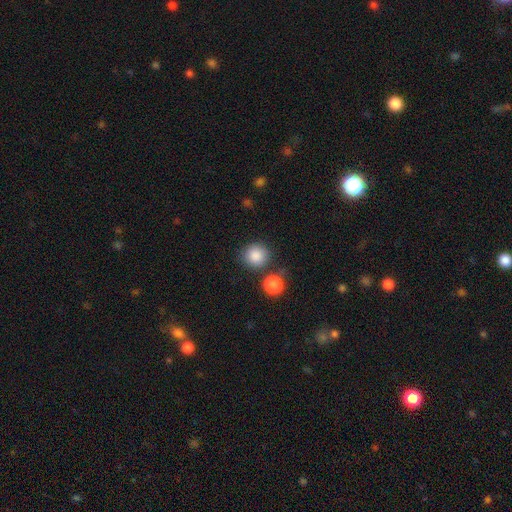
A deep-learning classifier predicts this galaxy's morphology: Smooth or featured? Predicted: smooth (p=0.87). How rounded? Predicted: round (p=0.91). Merging? Predicted: none (p=0.78).